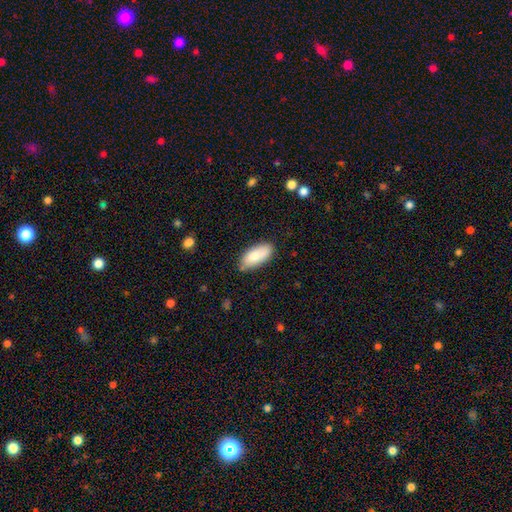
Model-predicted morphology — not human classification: Overall: smooth (81%). How rounded: in between (89%). Merging: none (80%).